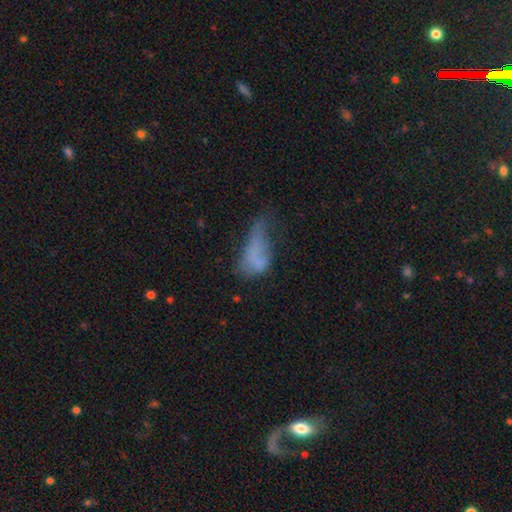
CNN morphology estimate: Smooth or featured? smooth (56%)
How rounded? in between (79%)
Merging? major disturbance (49%)